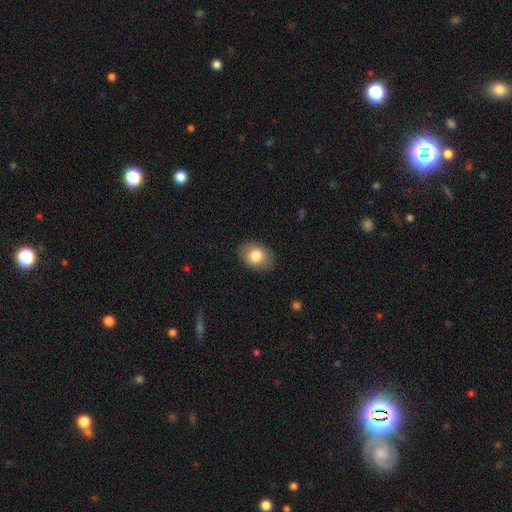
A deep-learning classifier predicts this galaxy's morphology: The model was most divided on "how rounded": in between: 77%, round: 22%, cigar-shaped: 1%. More confident: merging — none (86%); smooth or featured — smooth (79%).